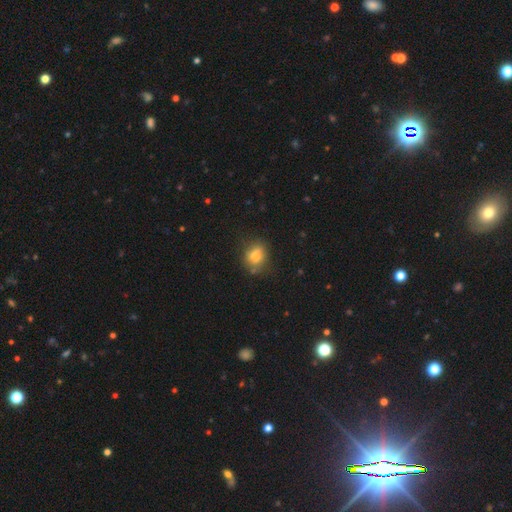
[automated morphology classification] The model was most divided on "how rounded": round: 53%, in between: 46%, cigar-shaped: 1%. More confident: smooth or featured — smooth (80%); merging — none (62%).